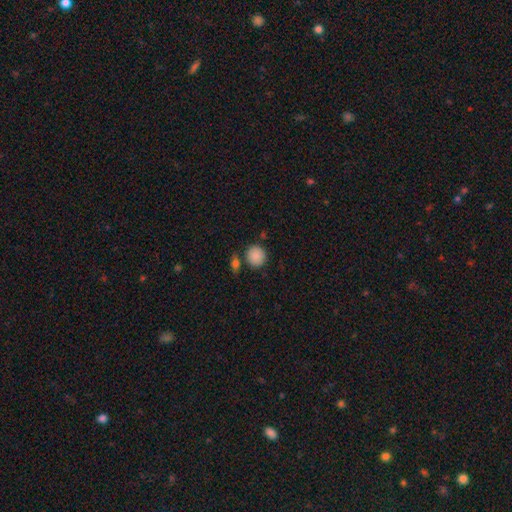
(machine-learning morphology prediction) The model was most divided on "merging": none: 77%, minor disturbance: 11%, merger: 9%, major disturbance: 3%. More confident: smooth or featured — smooth (87%); how rounded — round (87%).